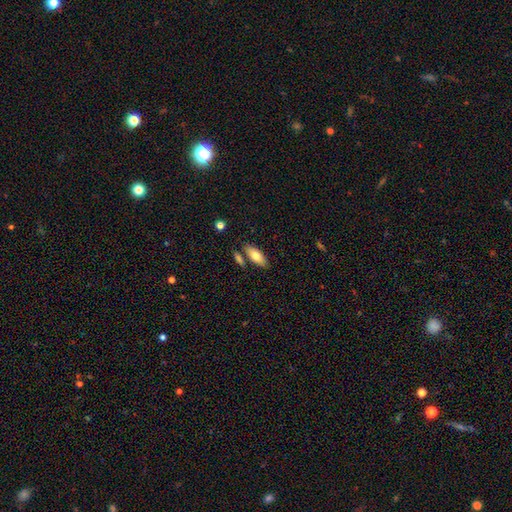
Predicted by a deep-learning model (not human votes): Smooth or featured? Predicted: smooth (p=0.76). How rounded? Predicted: in between (p=0.82). Merging? Predicted: none (p=0.75).